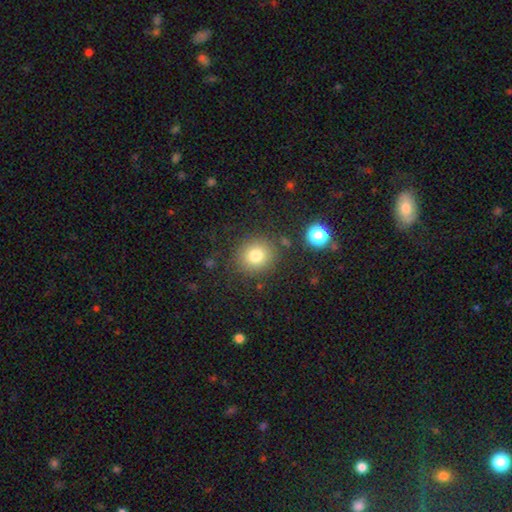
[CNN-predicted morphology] This appears to be a smooth galaxy with no disk features (79%) that is round (84%). Merging: none (84%).